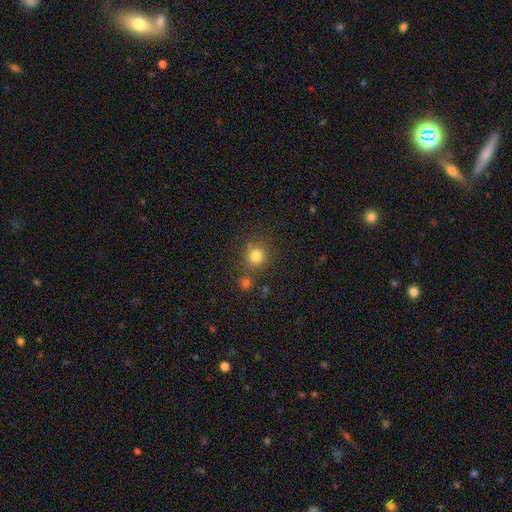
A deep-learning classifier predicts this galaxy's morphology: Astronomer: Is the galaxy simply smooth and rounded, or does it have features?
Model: smooth — 80%.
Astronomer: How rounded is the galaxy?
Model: round — 92%.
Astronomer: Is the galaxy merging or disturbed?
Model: none — 76%.